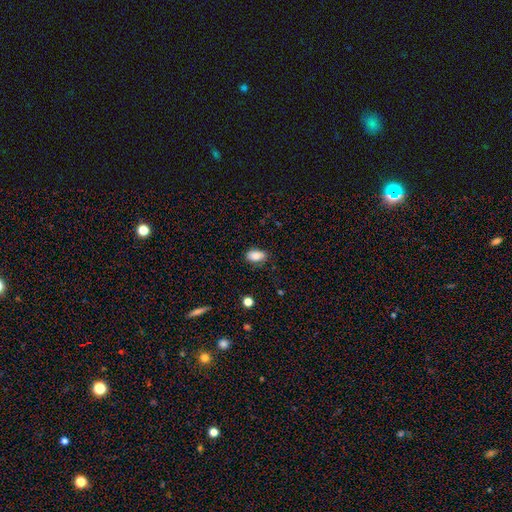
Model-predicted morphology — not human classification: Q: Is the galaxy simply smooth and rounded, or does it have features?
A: smooth — 86%.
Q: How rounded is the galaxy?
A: in between — 90%.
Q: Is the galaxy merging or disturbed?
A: none — 77%.